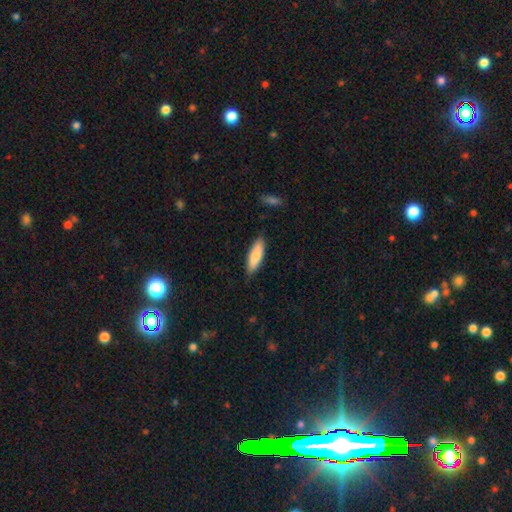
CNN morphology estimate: type=smooth (81%); roundness=cigar-shaped (51%); merging=none (84%).